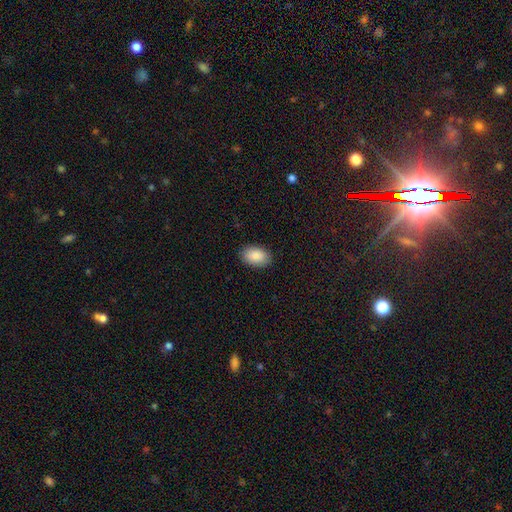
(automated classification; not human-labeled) smooth 89%, star or artifact 7%, featured or disk 5%. Down the decision tree: how rounded — in between (90%); merging — none (89%).